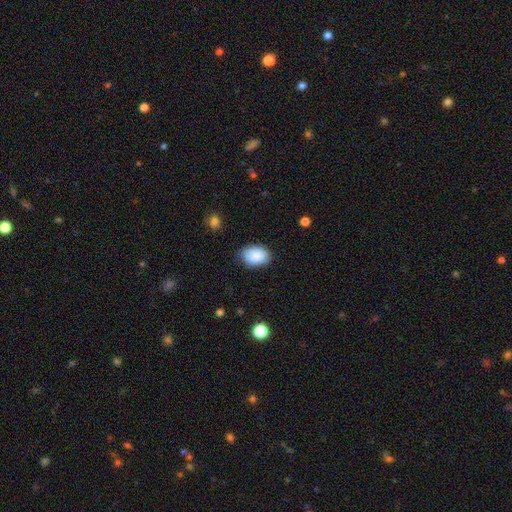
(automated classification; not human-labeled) smooth_or_featured: smooth (p=0.89) [alt: star or artifact p=0.07]
how_rounded: in between (p=0.84) [alt: round p=0.15]
merging: none (p=0.80) [alt: minor disturbance p=0.15]